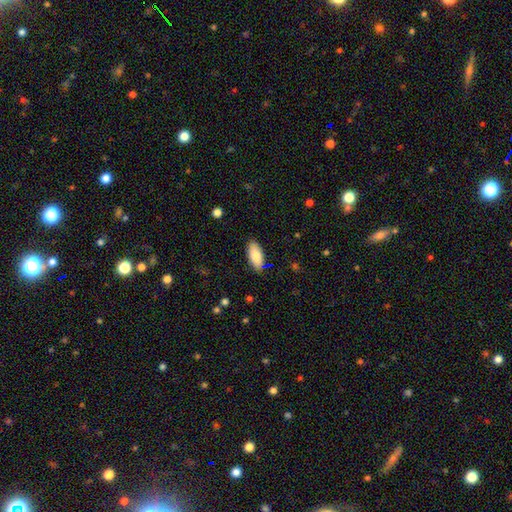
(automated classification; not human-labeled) smooth 82%, featured or disk 12%, star or artifact 6%. Down the decision tree: how rounded — in between (88%); merging — none (86%).